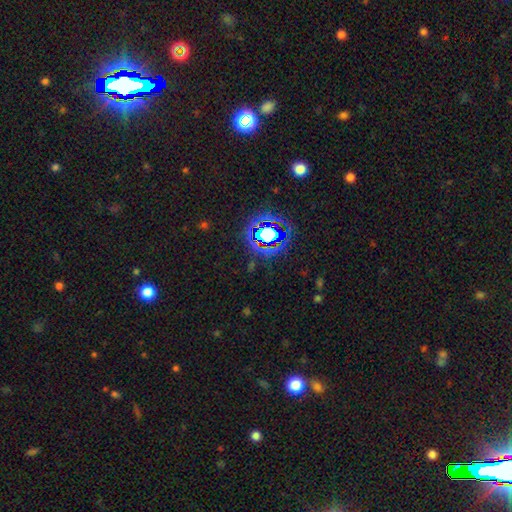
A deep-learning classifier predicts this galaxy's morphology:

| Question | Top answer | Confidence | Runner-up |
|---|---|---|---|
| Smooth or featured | star or artifact | 79% | smooth (13%) |